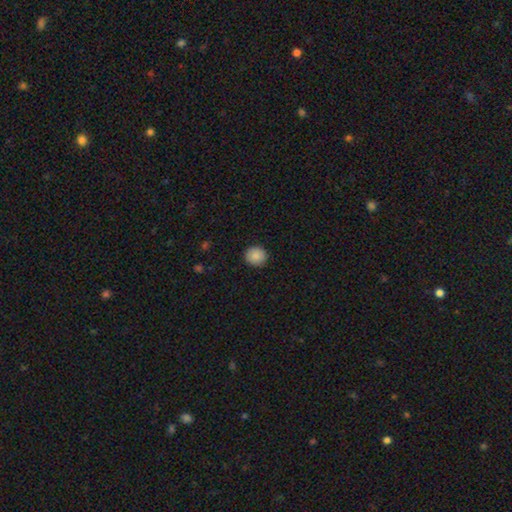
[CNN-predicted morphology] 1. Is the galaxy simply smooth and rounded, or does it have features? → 88% smooth, 8% star or artifact, 4% featured or disk.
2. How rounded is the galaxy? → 89% round, 11% in between, 1% cigar-shaped.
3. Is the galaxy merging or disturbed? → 90% none, 7% minor disturbance, 2% major disturbance, 1% merger.